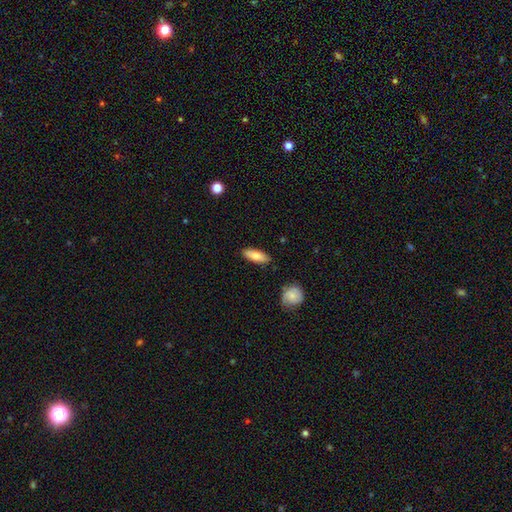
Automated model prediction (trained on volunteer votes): Smooth or featured: smooth — 80% (featured or disk — 14%)
How rounded: in between — 66% (cigar-shaped — 32%)
Merging: none — 86% (minor disturbance — 10%)